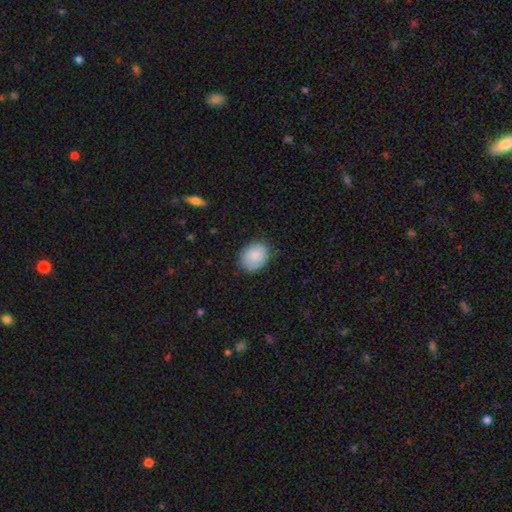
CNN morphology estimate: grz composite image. It shows a smooth galaxy with no disk features (85%) that is round (50%). Merging: none (79%).